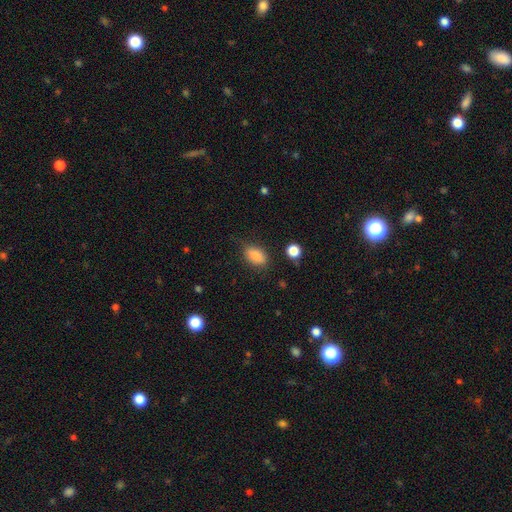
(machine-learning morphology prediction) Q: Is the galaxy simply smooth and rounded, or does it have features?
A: smooth — 86%.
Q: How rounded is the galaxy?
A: in between — 87%.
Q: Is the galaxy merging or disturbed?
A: none — 73%.